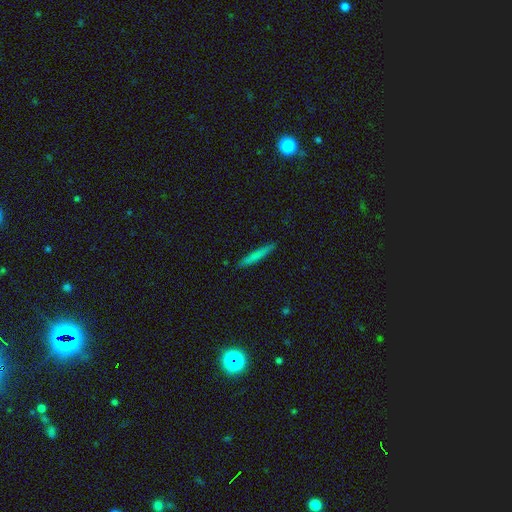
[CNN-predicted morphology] Q: Smooth or featured?
A: smooth (73%); runner-up: featured or disk (20%)
Q: How rounded?
A: cigar-shaped (95%); runner-up: in between (3%)
Q: Merging?
A: none (90%); runner-up: minor disturbance (8%)